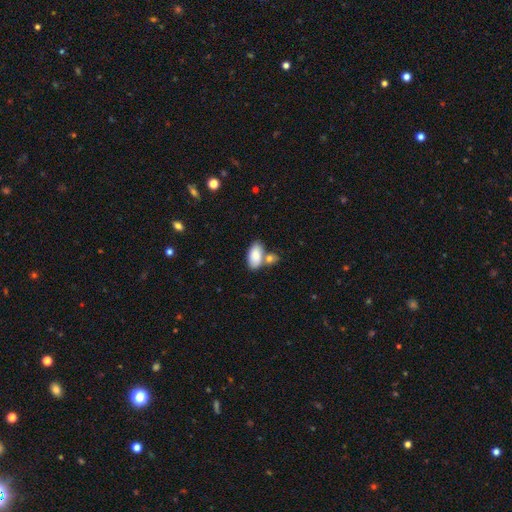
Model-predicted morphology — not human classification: Smooth or featured? Predicted: smooth (p=0.85). How rounded? Predicted: in between (p=0.94). Merging? Predicted: none (p=0.48).